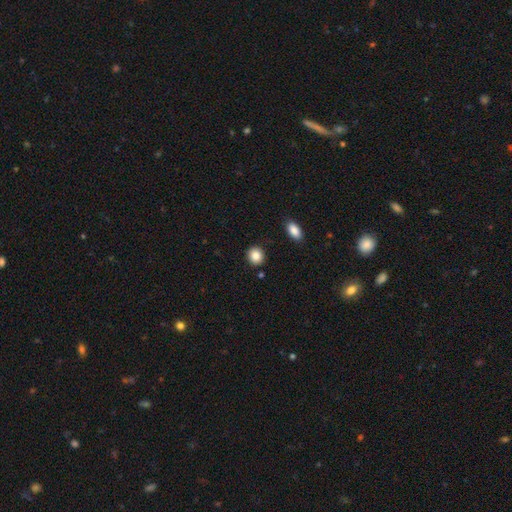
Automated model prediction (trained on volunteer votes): This is clearly a smooth galaxy (87%). How rounded: clearly round (82%). Merging: clearly none (89%).